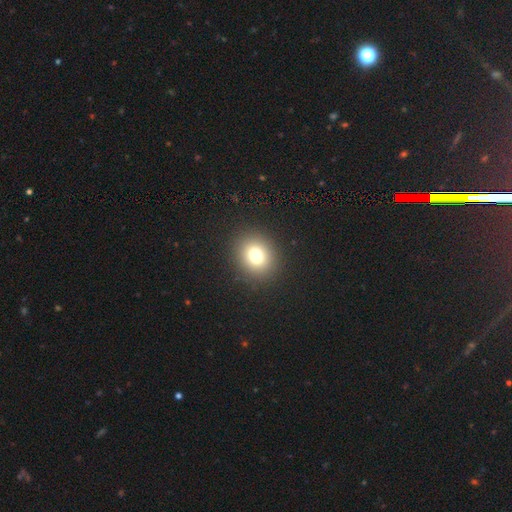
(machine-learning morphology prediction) The model was most divided on "how rounded": round: 72%, in between: 27%, cigar-shaped: 1%. More confident: merging — none (90%); smooth or featured — smooth (77%).